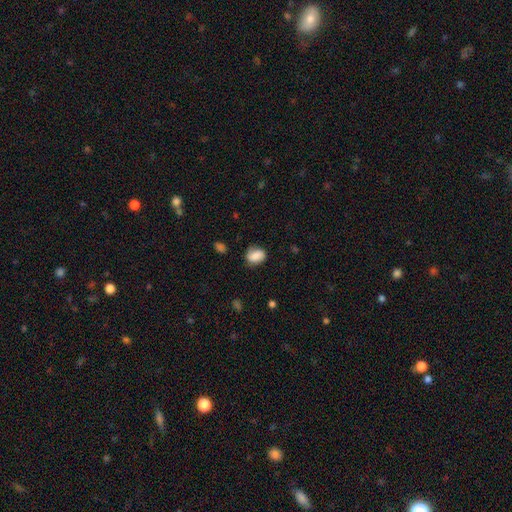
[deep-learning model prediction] This is likely a smooth galaxy (77%). How rounded: likely in between (65%). Merging: likely none (65%).